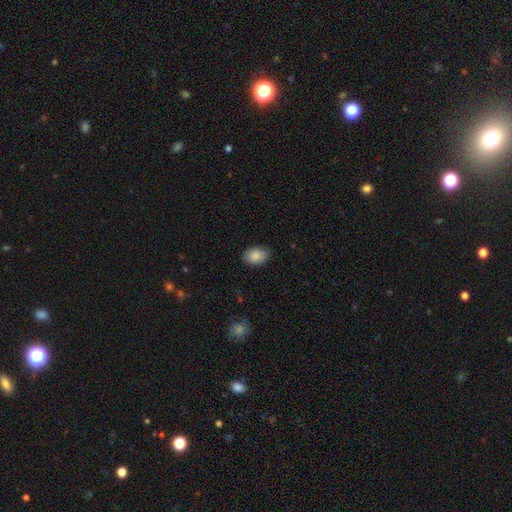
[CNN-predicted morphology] smooth 88%, star or artifact 7%, featured or disk 5%. Down the decision tree: how rounded — in between (80%); merging — none (86%).